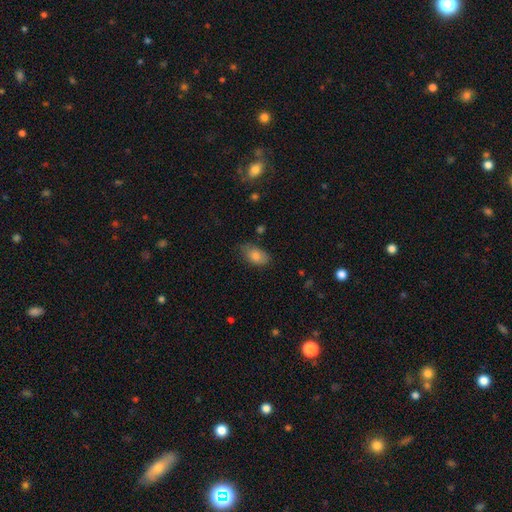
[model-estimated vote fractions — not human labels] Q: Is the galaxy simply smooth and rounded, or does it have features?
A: smooth — 77%.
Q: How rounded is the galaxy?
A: in between — 89%.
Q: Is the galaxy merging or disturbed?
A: none — 70%.